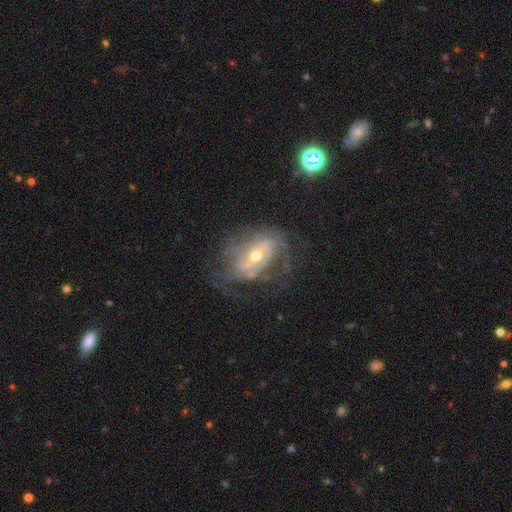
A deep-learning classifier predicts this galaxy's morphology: Smooth or featured? featured or disk (84%)
Edge-on disk? no (95%)
Bar? weak (41%)
Spiral arms? yes (89%)
Spiral winding? medium (40%)
Spiral arm count? 2 (36%)
Bulge size? moderate (52%)
Merging? none (57%)